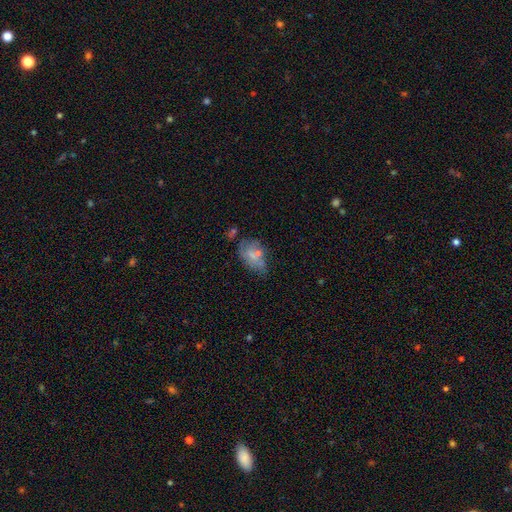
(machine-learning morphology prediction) type=smooth (48%); merging=none (45%).